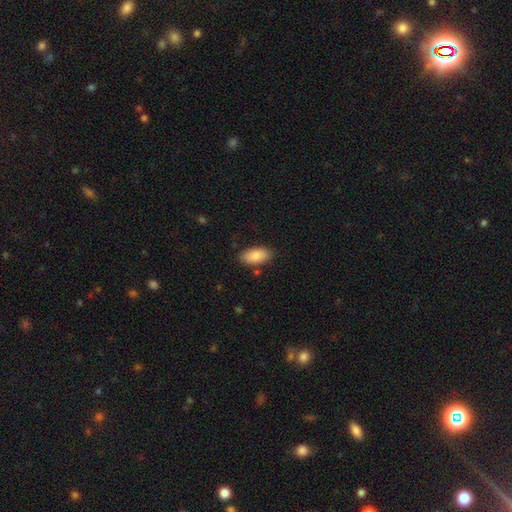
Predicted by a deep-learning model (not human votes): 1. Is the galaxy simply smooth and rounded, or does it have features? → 84% smooth, 9% featured or disk, 6% star or artifact.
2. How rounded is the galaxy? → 93% in between, 5% cigar-shaped, 3% round.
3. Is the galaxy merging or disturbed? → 83% none, 12% minor disturbance, 3% merger, 2% major disturbance.